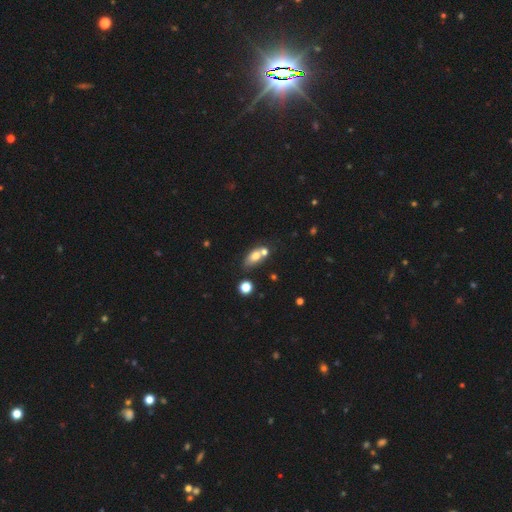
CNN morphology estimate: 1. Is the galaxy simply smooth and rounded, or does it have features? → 70% smooth, 18% featured or disk, 12% star or artifact.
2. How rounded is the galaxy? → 74% in between, 16% round, 10% cigar-shaped.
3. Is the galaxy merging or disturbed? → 41% none, 40% merger, 13% minor disturbance, 6% major disturbance.